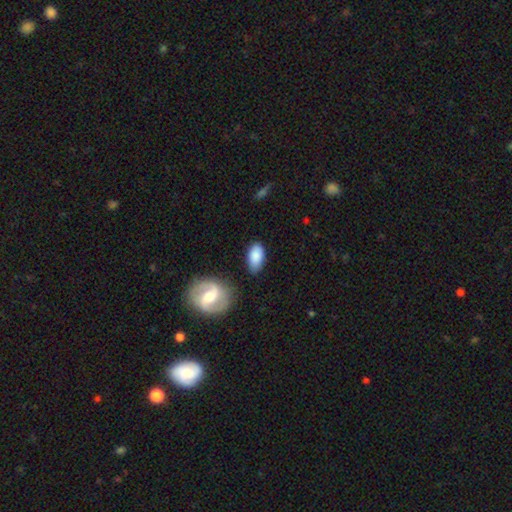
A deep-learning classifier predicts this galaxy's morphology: Smooth or featured: smooth — 82% (featured or disk — 12%)
How rounded: in between — 93% (round — 5%)
Merging: none — 73% (minor disturbance — 19%)